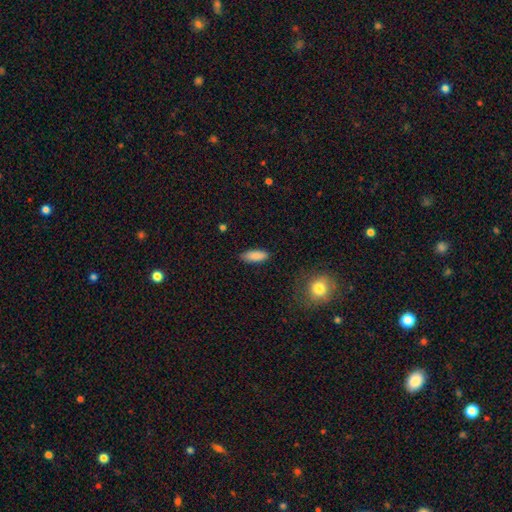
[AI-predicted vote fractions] Smooth or featured?
  - smooth: 88% *
  - star or artifact: 7%
  - featured or disk: 5%
How rounded?
  - in between: 75% *
  - cigar-shaped: 23%
  - round: 2%
Merging?
  - none: 84% *
  - minor disturbance: 12%
  - major disturbance: 2%
  - merger: 1%